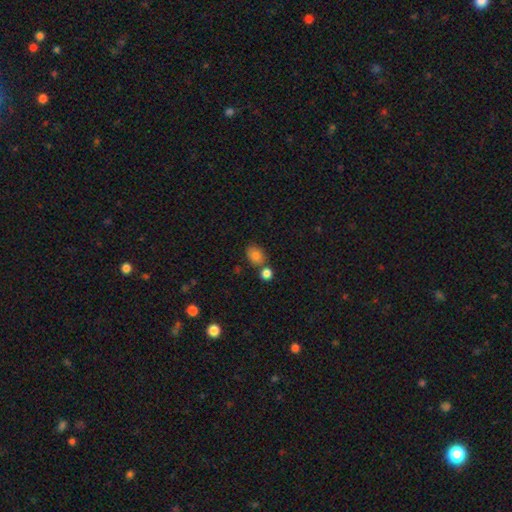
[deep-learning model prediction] Smooth or featured? Predicted: smooth (p=0.82). How rounded? Predicted: in between (p=0.62). Merging? Predicted: none (p=0.61).